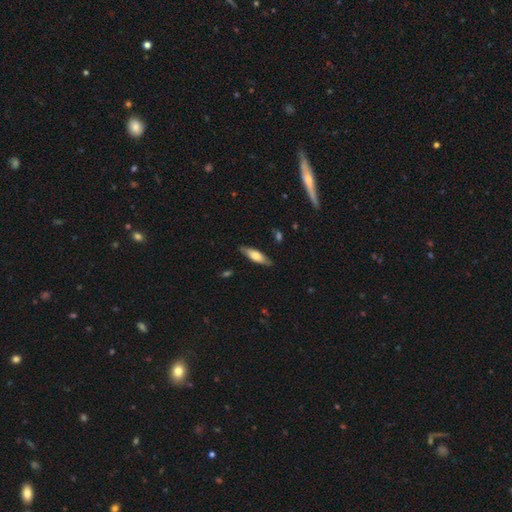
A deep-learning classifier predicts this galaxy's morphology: Smooth or featured: smooth — 61% (featured or disk — 33%)
How rounded: cigar-shaped — 55% (in between — 43%)
Merging: none — 83% (minor disturbance — 13%)